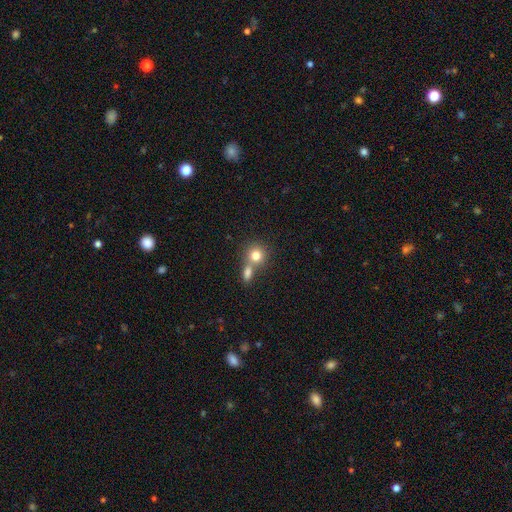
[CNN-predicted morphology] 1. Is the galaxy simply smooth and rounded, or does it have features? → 79% smooth, 10% star or artifact, 10% featured or disk.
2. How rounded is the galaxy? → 84% round, 15% in between, 1% cigar-shaped.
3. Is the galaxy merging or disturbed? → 45% none (tied), 45% merger (tied), 7% minor disturbance, 3% major disturbance.